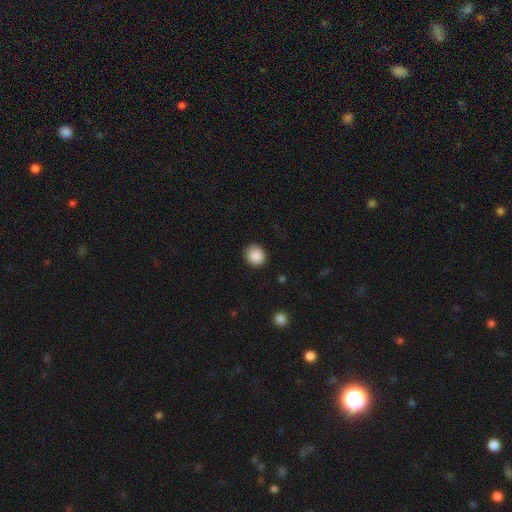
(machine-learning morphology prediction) smooth-or-featured: smooth: 89% | star or artifact: 8% | featured or disk: 3%
  how-rounded: round: 81% | in between: 18% | cigar-shaped: 1%
  merging: none: 89% | minor disturbance: 8% | major disturbance: 2% | merger: 1%